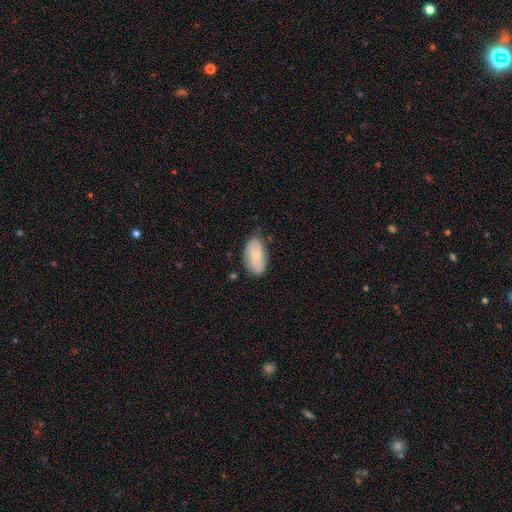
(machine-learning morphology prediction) This appears to be a smooth galaxy with no disk features (68%) that is in between round and cigar-shaped (94%). Merging: none (75%).